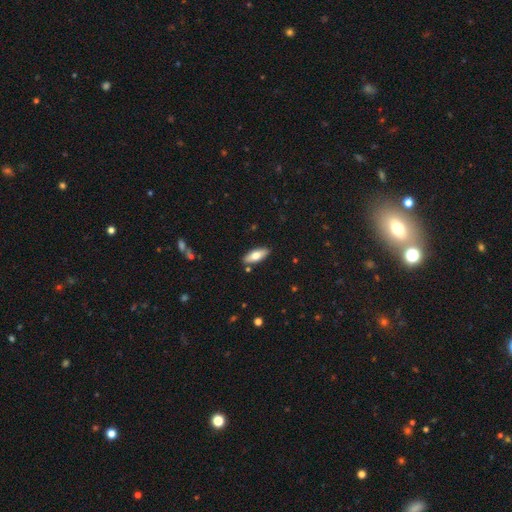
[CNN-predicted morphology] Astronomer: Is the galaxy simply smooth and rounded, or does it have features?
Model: smooth — 68%.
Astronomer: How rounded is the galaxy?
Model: in between — 69%.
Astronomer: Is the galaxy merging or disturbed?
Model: none — 87%.